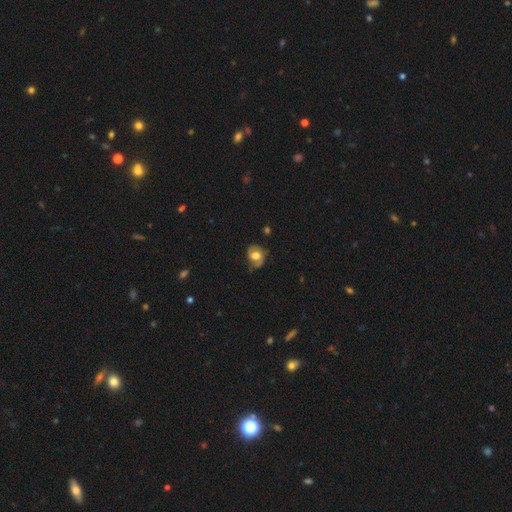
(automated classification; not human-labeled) Overall: smooth (49%; featured or disk 43%). Merging: none (63%; minor disturbance 26%).